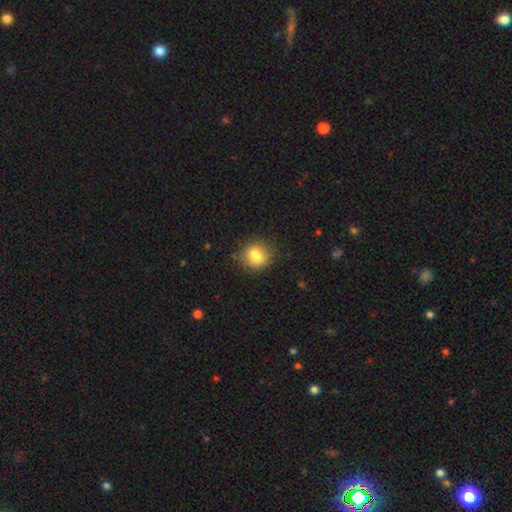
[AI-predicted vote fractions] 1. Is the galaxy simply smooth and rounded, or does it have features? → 76% smooth, 14% featured or disk, 10% star or artifact.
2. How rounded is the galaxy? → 69% round, 29% in between, 2% cigar-shaped.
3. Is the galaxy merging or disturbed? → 60% none, 18% minor disturbance, 16% merger, 6% major disturbance.